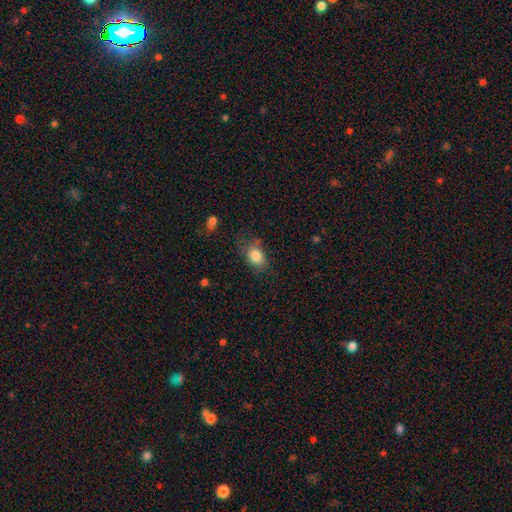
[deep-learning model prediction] Q: Smooth or featured?
A: smooth (84%); runner-up: star or artifact (8%)
Q: How rounded?
A: in between (81%); runner-up: round (17%)
Q: Merging?
A: none (63%); runner-up: minor disturbance (24%)